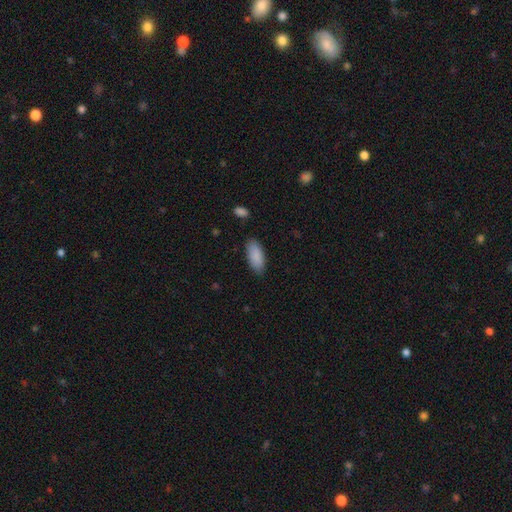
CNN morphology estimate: Q: Smooth or featured?
A: smooth (89%); runner-up: star or artifact (6%)
Q: How rounded?
A: in between (86%); runner-up: cigar-shaped (12%)
Q: Merging?
A: none (84%); runner-up: minor disturbance (12%)